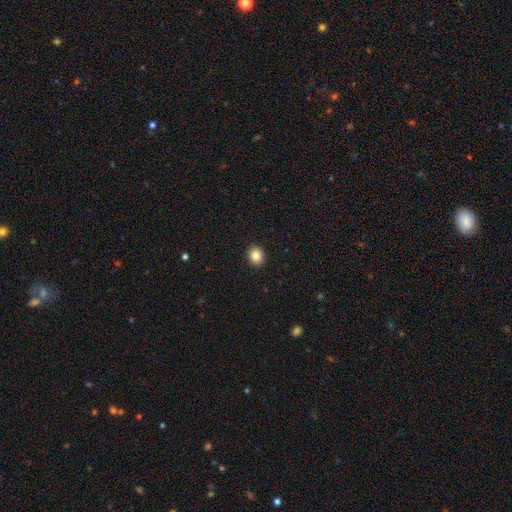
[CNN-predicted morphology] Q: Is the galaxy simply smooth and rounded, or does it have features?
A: smooth — 85%.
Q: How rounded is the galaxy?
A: round — 65%.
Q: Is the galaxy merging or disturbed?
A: none — 93%.